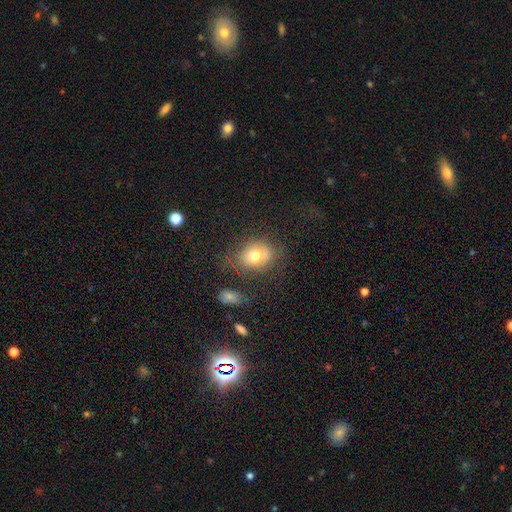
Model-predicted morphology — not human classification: type=smooth (73%); roundness=in between (53%); merging=none (63%).